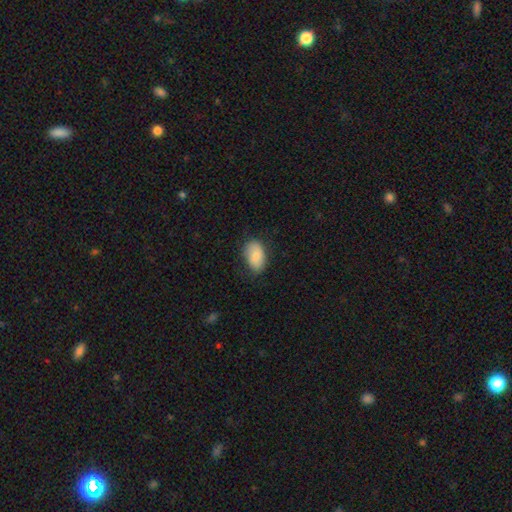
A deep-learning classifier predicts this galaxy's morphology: Smooth or featured?
  - smooth: 81% *
  - featured or disk: 12%
  - star or artifact: 7%
How rounded?
  - in between: 91% *
  - round: 8%
  - cigar-shaped: 1%
Merging?
  - none: 72% *
  - minor disturbance: 22%
  - major disturbance: 5%
  - merger: 1%